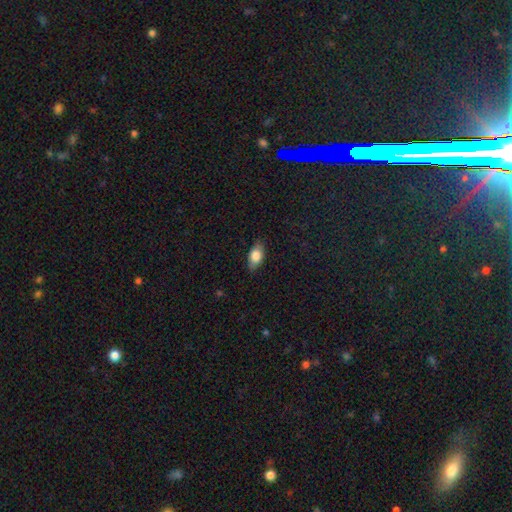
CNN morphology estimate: smooth_or_featured: smooth (p=0.79) [alt: featured or disk p=0.14]
how_rounded: in between (p=0.89) [alt: round p=0.06]
merging: none (p=0.83) [alt: minor disturbance p=0.14]